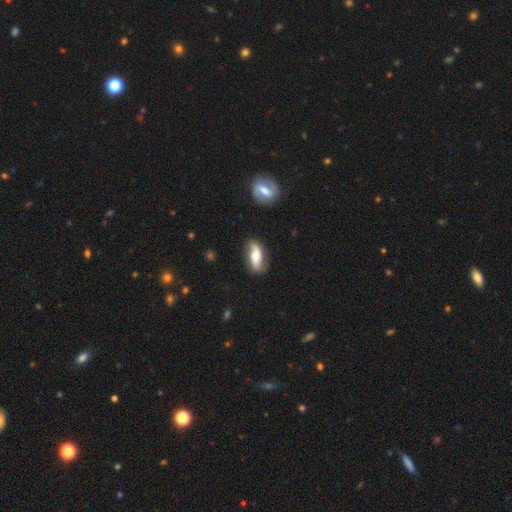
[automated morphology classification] Smooth or featured: featured or disk — 59% (smooth — 35%)
Edge-on disk: no — 83% (yes — 17%)
Merging: none — 75% (minor disturbance — 18%)